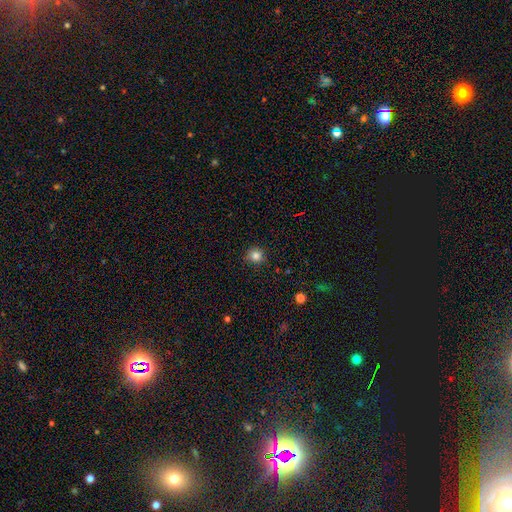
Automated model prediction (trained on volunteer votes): A smooth galaxy with no disk features (82%) that is round (90%). Merging: none (86%).